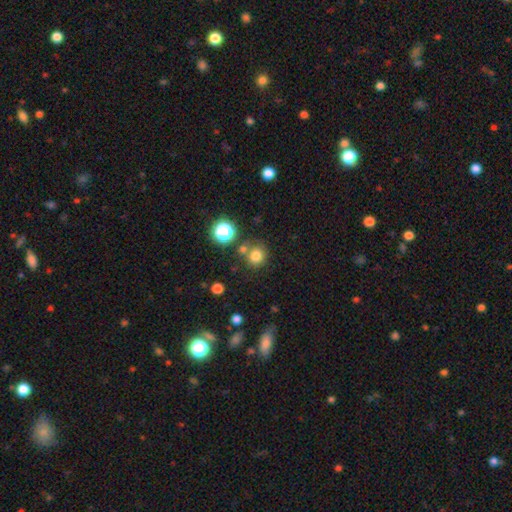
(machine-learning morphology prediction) A smooth galaxy with no disk features (77%) that is round (87%).

Vote fractions:
- Smooth or featured? smooth: 77% / star or artifact: 16% / featured or disk: 6%
- How rounded? round: 87% / in between: 12% / cigar-shaped: 1%
- Merging? none: 70% / merger: 16% / minor disturbance: 10% / major disturbance: 4%